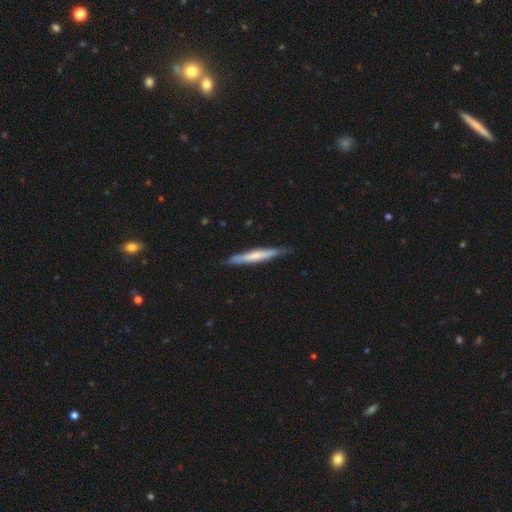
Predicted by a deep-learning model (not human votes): The model was most divided on "smooth or featured": smooth: 54%, featured or disk: 41%, star or artifact: 5%. More confident: how rounded — cigar-shaped (95%); merging — none (86%).